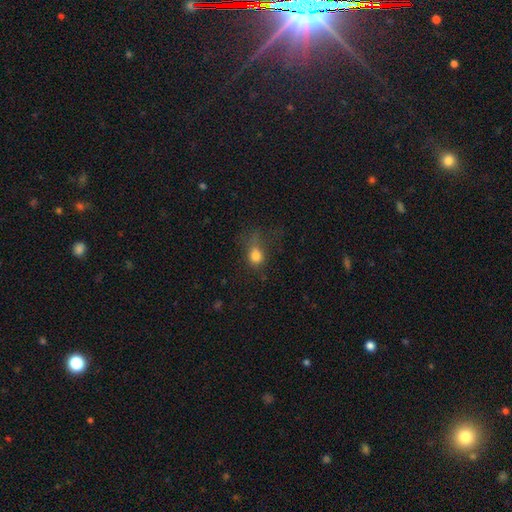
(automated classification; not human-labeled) smooth 77%, star or artifact 13%, featured or disk 10%. Down the decision tree: how rounded — round (61%); merging — none (36%).